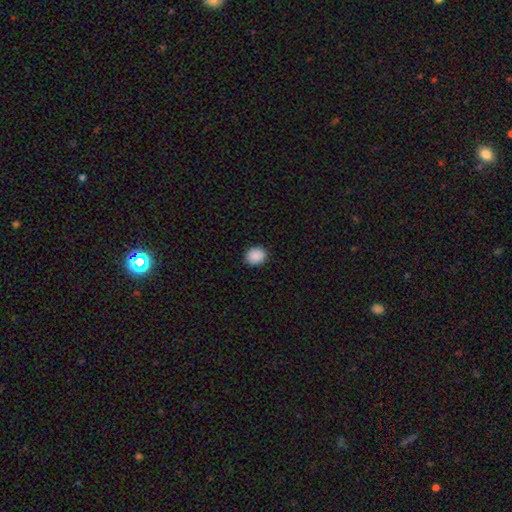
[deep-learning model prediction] smooth-or-featured: smooth: 90% | star or artifact: 8% | featured or disk: 2%
  how-rounded: round: 66% | in between: 34% | cigar-shaped: 1%
  merging: none: 91% | minor disturbance: 7% | major disturbance: 2% | merger: 1%